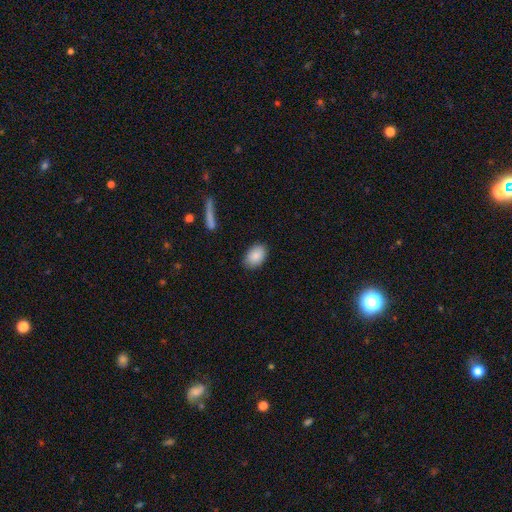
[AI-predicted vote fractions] Smooth or featured? Predicted: smooth (p=0.87). How rounded? Predicted: in between (p=0.86). Merging? Predicted: none (p=0.85).